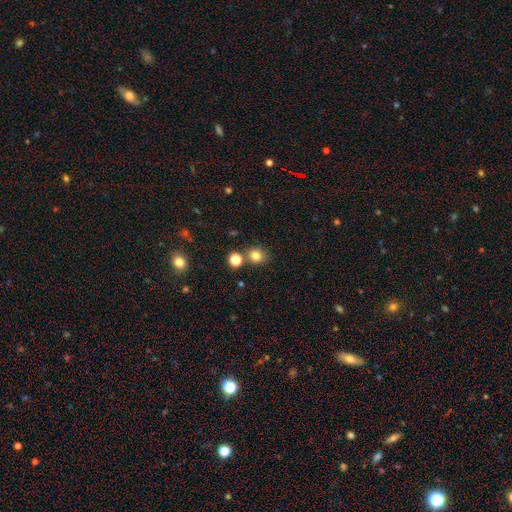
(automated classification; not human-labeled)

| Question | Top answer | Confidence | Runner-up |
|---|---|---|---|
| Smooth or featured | smooth | 79% | star or artifact (15%) |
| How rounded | round | 78% | in between (21%) |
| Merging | none | 75% | merger (13%) |